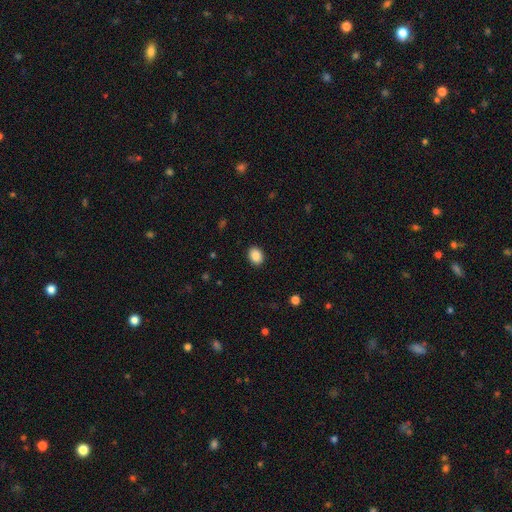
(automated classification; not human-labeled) This appears to be a smooth galaxy with no disk features (88%) that is in between round and cigar-shaped (64%). Merging: none (91%).